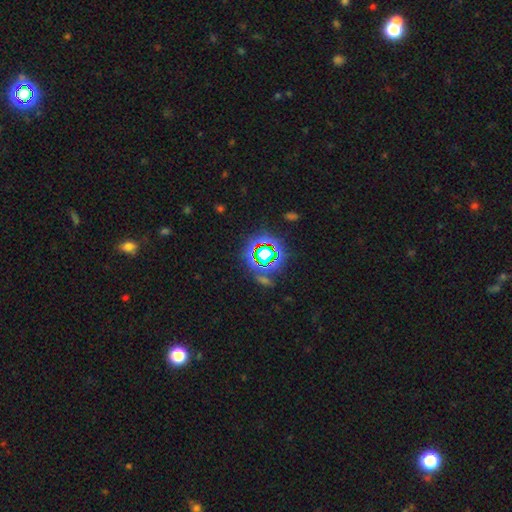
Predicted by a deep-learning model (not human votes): Smooth or featured: star or artifact — 71% (smooth — 16%)